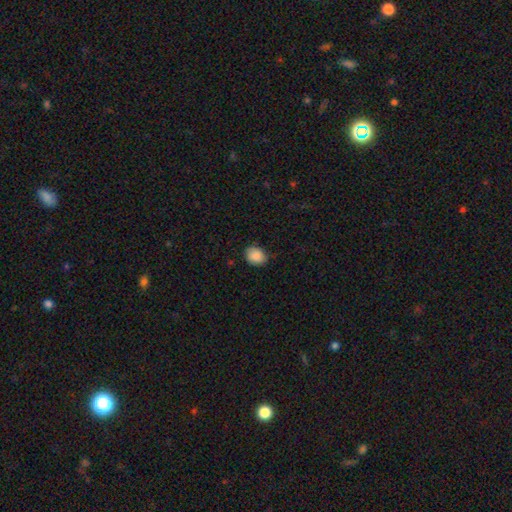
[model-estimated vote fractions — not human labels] Smooth or featured? Predicted: smooth (p=0.86). How rounded? Predicted: round (p=0.55). Merging? Predicted: none (p=0.70).